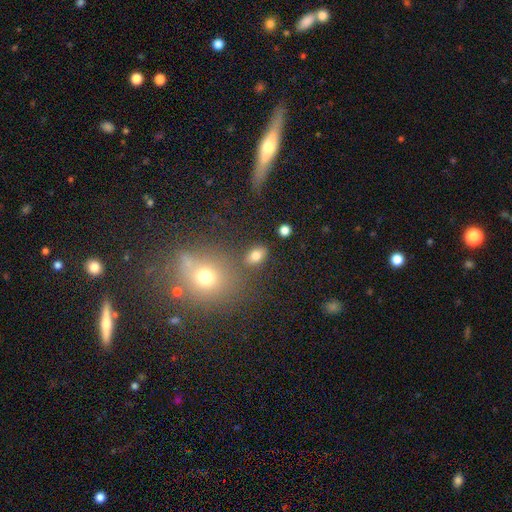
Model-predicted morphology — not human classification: Smooth or featured?
  - smooth: 78% *
  - star or artifact: 12%
  - featured or disk: 9%
How rounded?
  - in between: 83% *
  - round: 15%
  - cigar-shaped: 2%
Merging?
  - none: 80% *
  - minor disturbance: 10%
  - merger: 6%
  - major disturbance: 4%